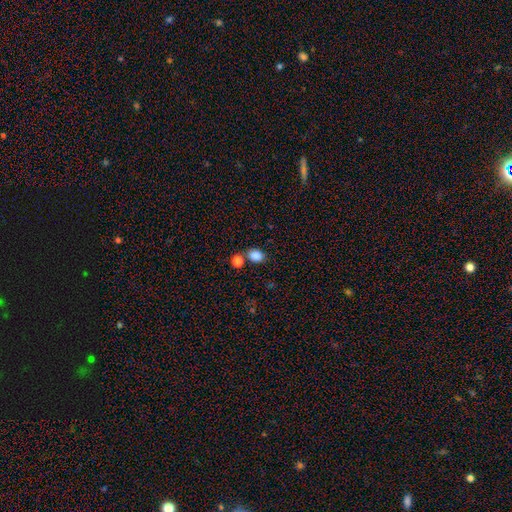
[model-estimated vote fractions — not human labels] This is clearly a smooth galaxy (86%). How rounded: likely in between (61%). Merging: likely none (69%).